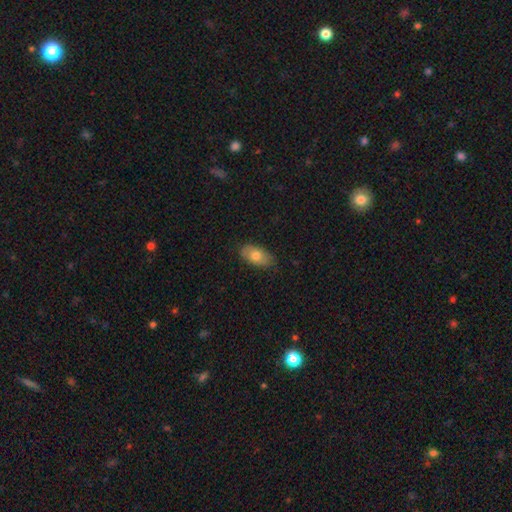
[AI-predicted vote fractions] Morphology: type=smooth (75%); roundness=in between (92%); merging=none (78%).